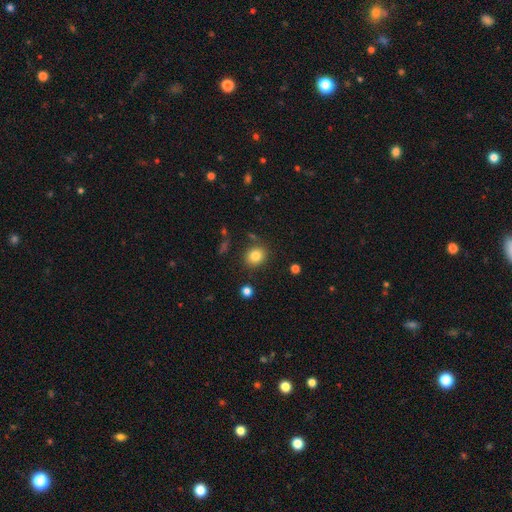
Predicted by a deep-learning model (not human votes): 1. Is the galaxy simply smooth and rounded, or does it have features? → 82% smooth, 11% star or artifact, 7% featured or disk.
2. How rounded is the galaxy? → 72% round, 27% in between, 1% cigar-shaped.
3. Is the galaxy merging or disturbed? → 84% none, 9% minor disturbance, 4% merger, 3% major disturbance.